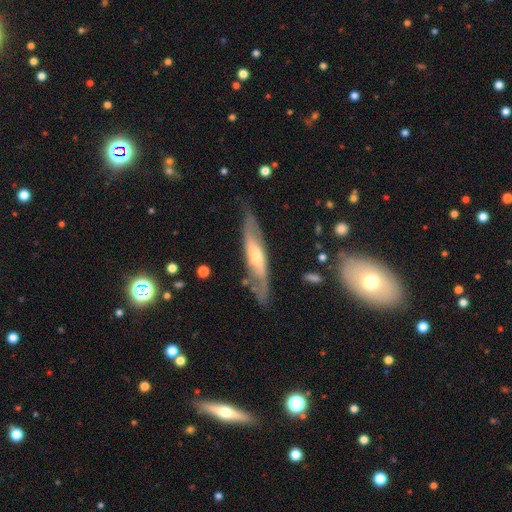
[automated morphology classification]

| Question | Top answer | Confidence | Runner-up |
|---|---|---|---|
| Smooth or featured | featured or disk | 75% | smooth (17%) |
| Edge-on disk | no | 57% | yes (43%) |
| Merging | none | 74% | minor disturbance (18%) |